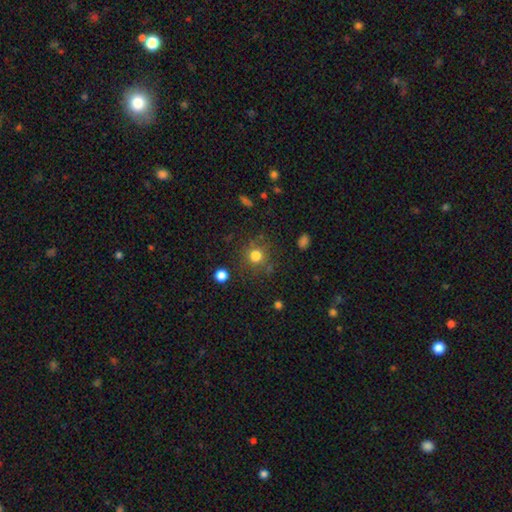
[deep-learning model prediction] Morphology: type=smooth (76%); roundness=round (90%); merging=none (79%).